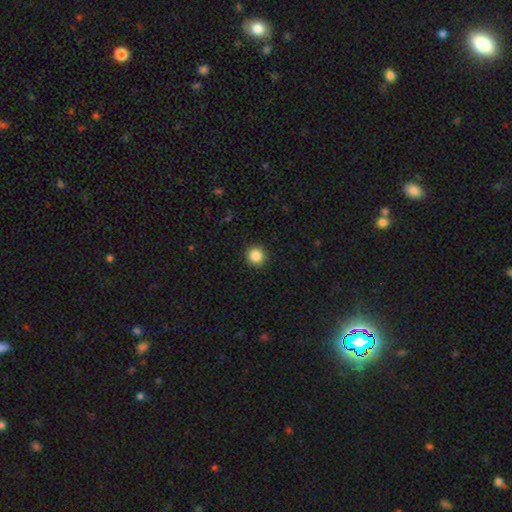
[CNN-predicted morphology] Q: Smooth or featured?
A: smooth (87%); runner-up: star or artifact (10%)
Q: How rounded?
A: round (94%); runner-up: in between (5%)
Q: Merging?
A: none (92%); runner-up: minor disturbance (5%)